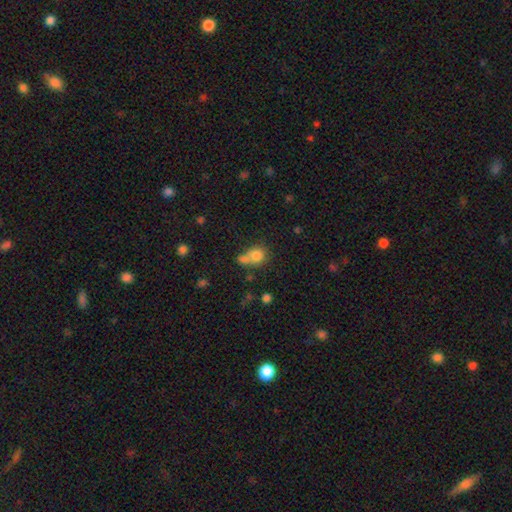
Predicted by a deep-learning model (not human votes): This is likely a smooth galaxy (77%). How rounded: likely round (70%). Merging: marginally merger (45%).